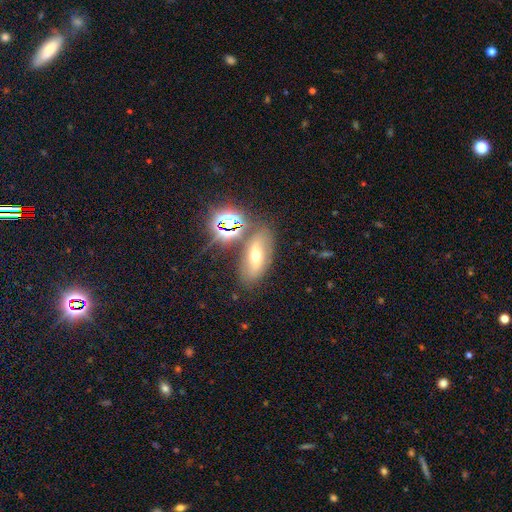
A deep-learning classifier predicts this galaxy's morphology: This appears to be a smooth galaxy with no disk features (39%). Merging: none (74%).